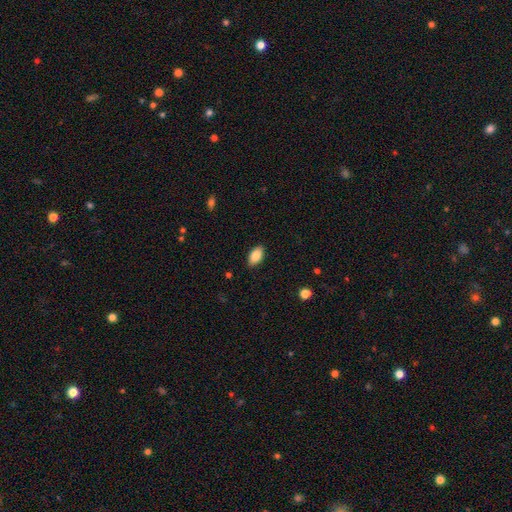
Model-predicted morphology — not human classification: Smooth or featured? Predicted: smooth (p=0.87). How rounded? Predicted: in between (p=0.93). Merging? Predicted: none (p=0.88).